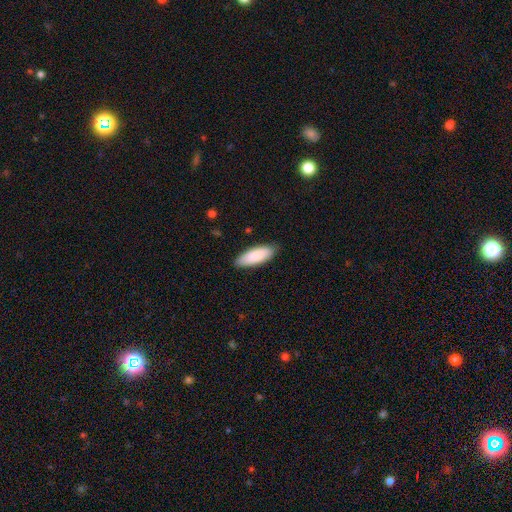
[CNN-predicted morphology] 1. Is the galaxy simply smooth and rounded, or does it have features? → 88% smooth, 7% featured or disk, 5% star or artifact.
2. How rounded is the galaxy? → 72% in between, 27% cigar-shaped, 1% round.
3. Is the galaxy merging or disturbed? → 86% none, 11% minor disturbance, 2% major disturbance, 1% merger.